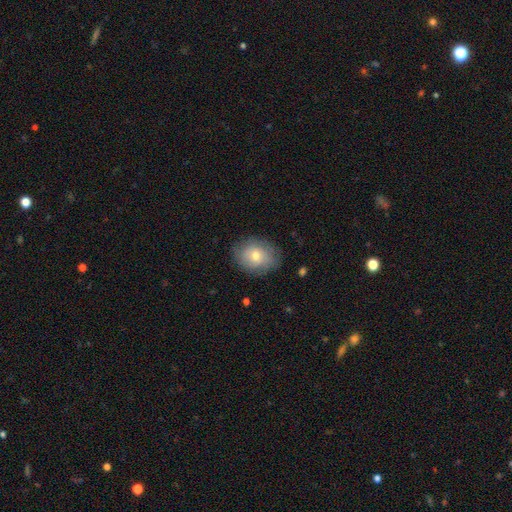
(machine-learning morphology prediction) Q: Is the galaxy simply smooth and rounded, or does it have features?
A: smooth — 71%.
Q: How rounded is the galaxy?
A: in between — 58%.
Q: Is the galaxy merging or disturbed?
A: none — 81%.